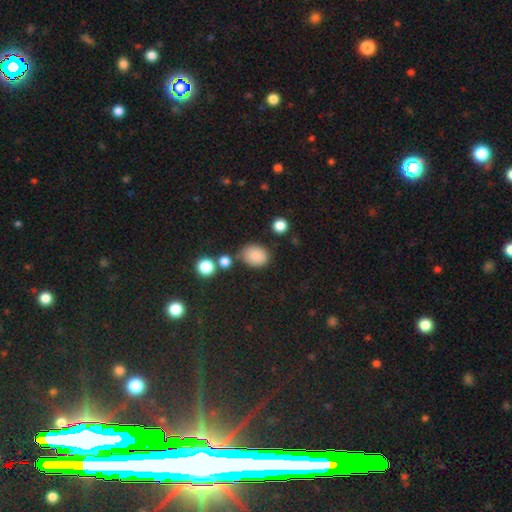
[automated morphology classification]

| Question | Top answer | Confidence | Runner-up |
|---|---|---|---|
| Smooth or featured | smooth | 85% | star or artifact (10%) |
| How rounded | in between | 61% | round (38%) |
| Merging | none | 71% | minor disturbance (17%) |